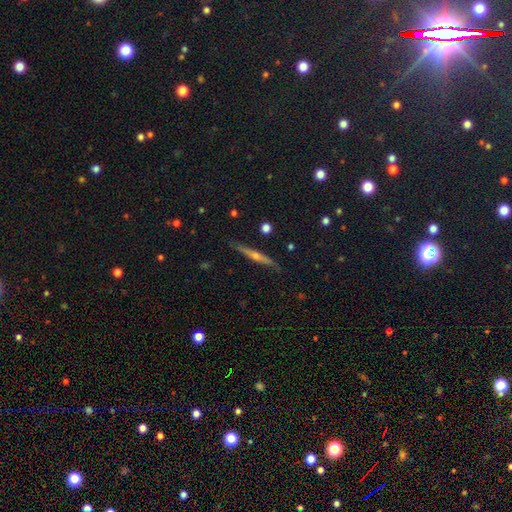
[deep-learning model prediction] smooth-or-featured: featured or disk: 70% | smooth: 23% | star or artifact: 7%
  disk-edge-on: yes: 97% | no: 3%
    edge-on-bulge: rounded: 78% | none: 17% | boxy: 5%
  merging: none: 86% | minor disturbance: 10% | major disturbance: 2% | merger: 2%